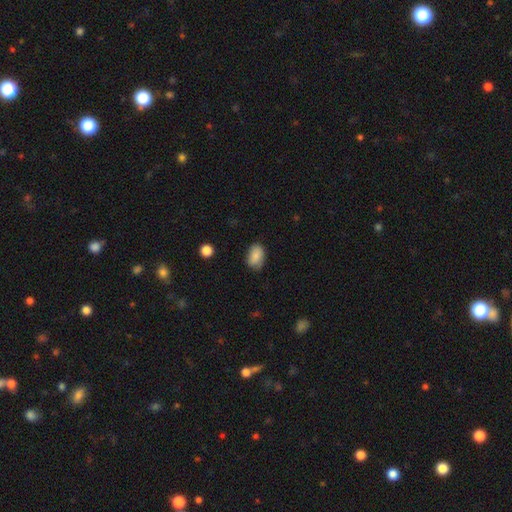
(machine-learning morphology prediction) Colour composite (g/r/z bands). It shows a smooth galaxy with no disk features (86%) that is in between round and cigar-shaped (87%). Merging: none (74%).